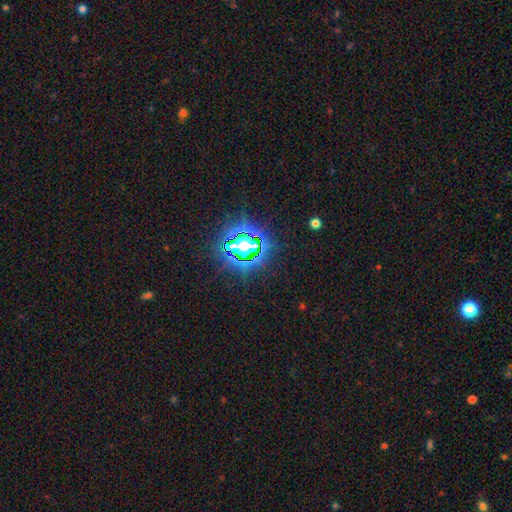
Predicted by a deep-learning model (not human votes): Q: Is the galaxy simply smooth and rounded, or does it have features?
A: star or artifact — 83%.